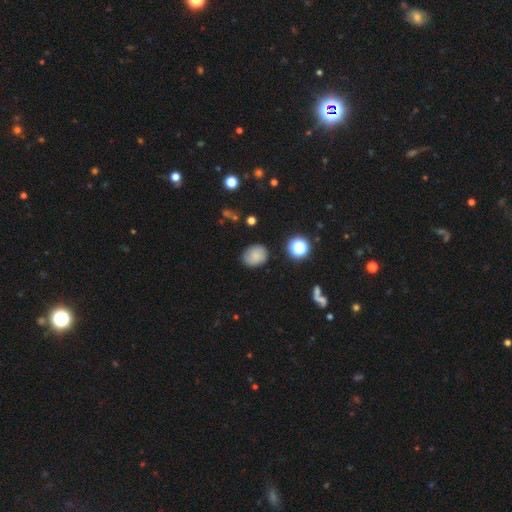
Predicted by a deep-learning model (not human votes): A smooth galaxy with no disk features (77%) that is round (57%). Merging: none (80%).